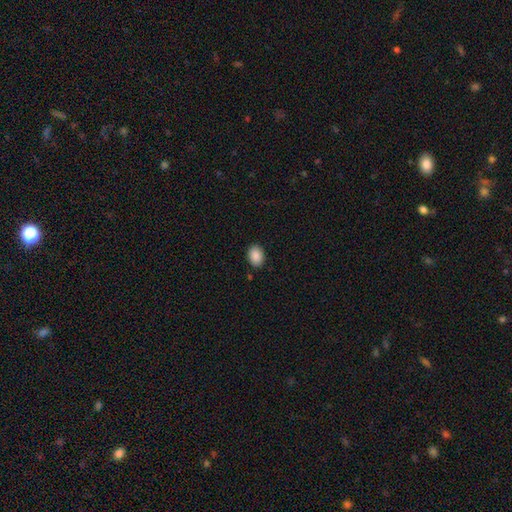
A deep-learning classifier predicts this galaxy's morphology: Smooth or featured? smooth (89%)
How rounded? in between (75%)
Merging? none (89%)